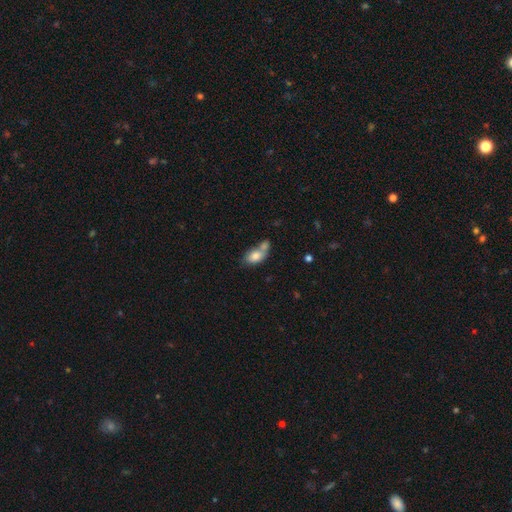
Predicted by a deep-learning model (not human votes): The model was most divided on "merging": merger: 54%, none: 28%, minor disturbance: 12%, major disturbance: 5%. More confident: how rounded — in between (85%); smooth or featured — smooth (77%).